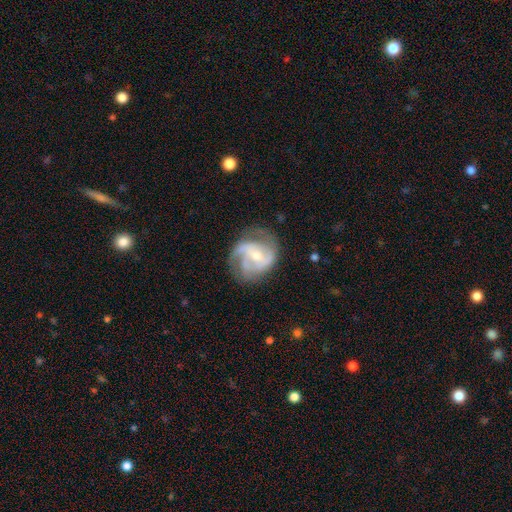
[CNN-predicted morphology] Smooth or featured: featured or disk — 83% (smooth — 11%)
Edge-on disk: no — 98% (yes — 2%)
Bar: no — 45% (weak — 42%)
Spiral arms: yes — 94% (no — 6%)
Spiral winding: medium — 49% (tight — 28%)
Spiral arm count: 3 — 36% (2 — 35%)
Bulge size: small — 49% (moderate — 46%)
Merging: none — 60% (minor disturbance — 22%)